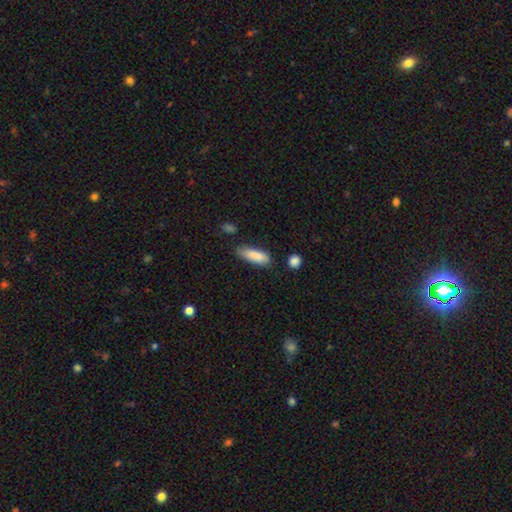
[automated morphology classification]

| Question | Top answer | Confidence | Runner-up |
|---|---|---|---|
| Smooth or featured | smooth | 86% | featured or disk (8%) |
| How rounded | in between | 56% | cigar-shaped (42%) |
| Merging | none | 67% | minor disturbance (24%) |